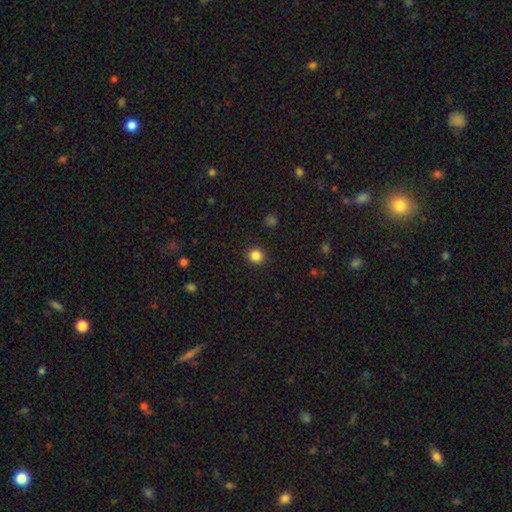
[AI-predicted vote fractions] This appears to be a smooth galaxy with no disk features (85%) that is round (93%). Merging: none (92%).